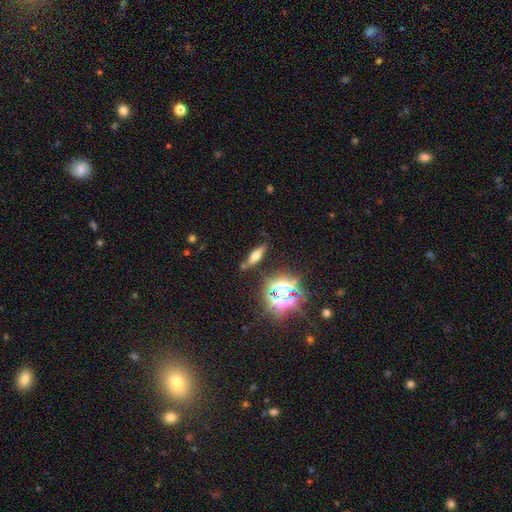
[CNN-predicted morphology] A smooth galaxy with no disk features (40%). Merging: none (77%).